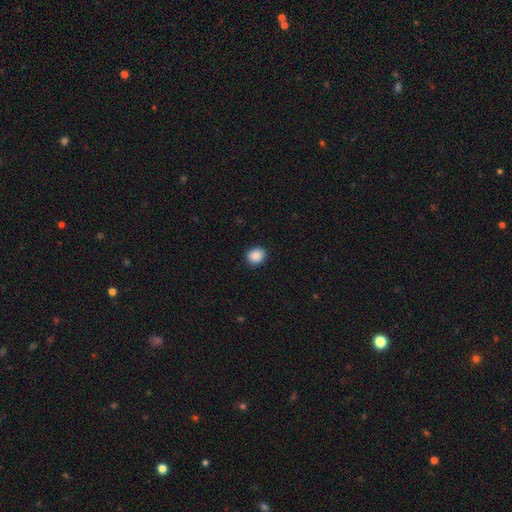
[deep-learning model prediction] The model was most divided on "how rounded": round: 66%, in between: 33%, cigar-shaped: 1%. More confident: merging — none (90%); smooth or featured — smooth (89%).